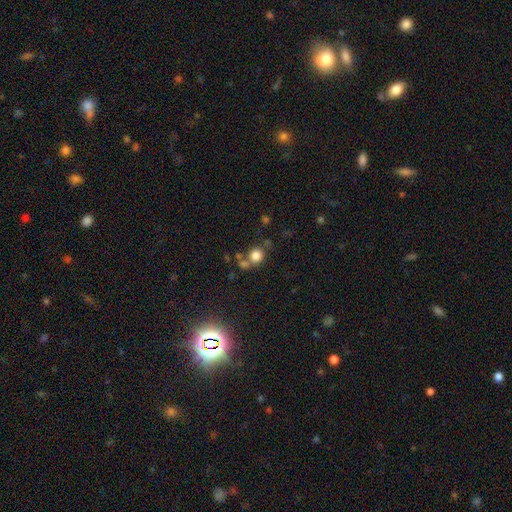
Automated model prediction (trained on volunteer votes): This is likely a smooth galaxy (80%). How rounded: clearly round (86%). Merging: possibly none (59%).